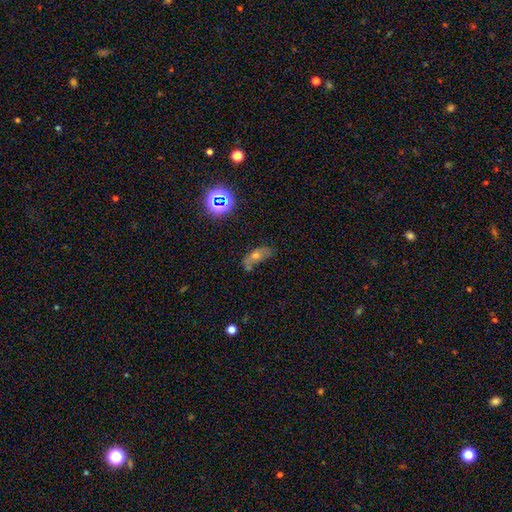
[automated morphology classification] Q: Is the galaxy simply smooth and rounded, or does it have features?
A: smooth — 44%.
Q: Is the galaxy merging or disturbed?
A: none — 45%.